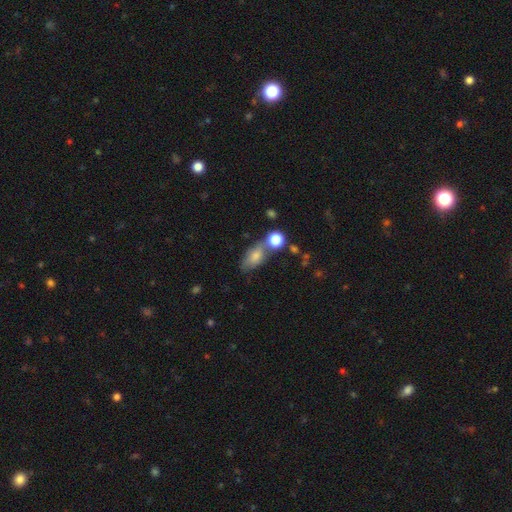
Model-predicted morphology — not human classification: smooth-or-featured: smooth: 67% | featured or disk: 23% | star or artifact: 11%
  how-rounded: in between: 75% | round: 14% | cigar-shaped: 11%
  merging: none: 44% | merger: 24% | minor disturbance: 21% | major disturbance: 11%